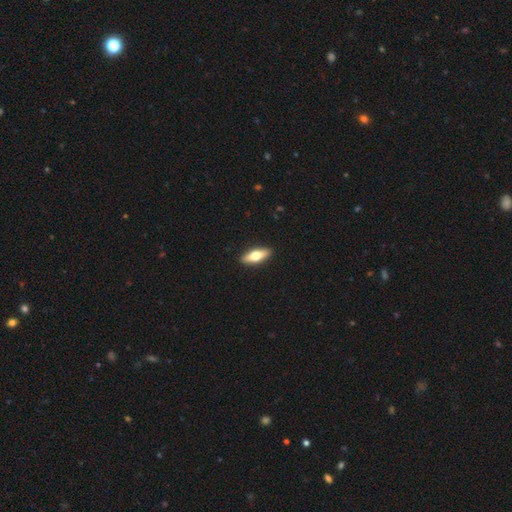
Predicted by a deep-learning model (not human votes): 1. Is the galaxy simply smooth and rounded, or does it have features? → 59% smooth, 35% featured or disk, 5% star or artifact.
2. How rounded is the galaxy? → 59% in between, 38% cigar-shaped, 3% round.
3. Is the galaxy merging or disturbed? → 91% none, 6% minor disturbance, 1% major disturbance, 1% merger.